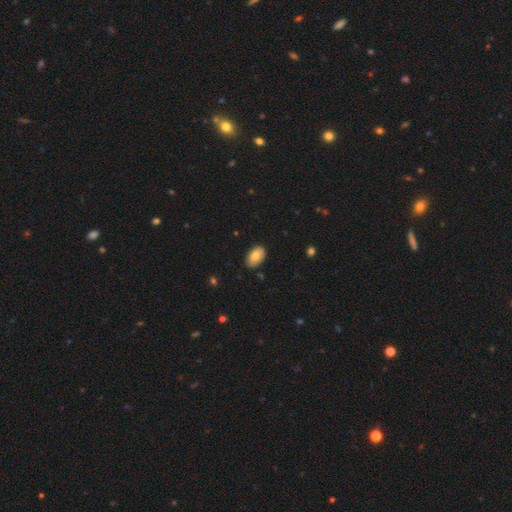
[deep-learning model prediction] This is likely a smooth galaxy (79%). How rounded: clearly in between (93%). Merging: clearly none (82%).